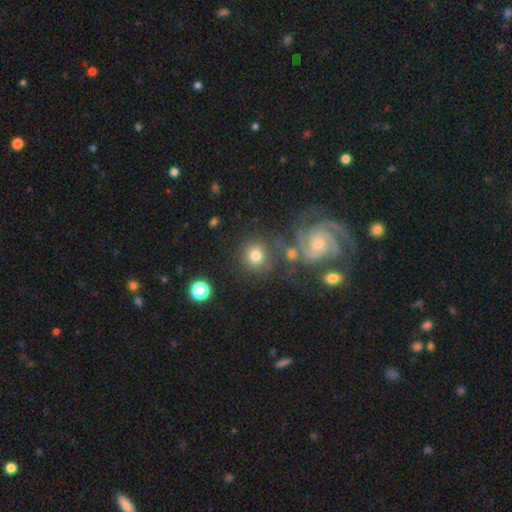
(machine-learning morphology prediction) Smooth or featured: smooth — 62% (featured or disk — 27%)
How rounded: round — 87% (in between — 12%)
Merging: none — 71% (merger — 12%)